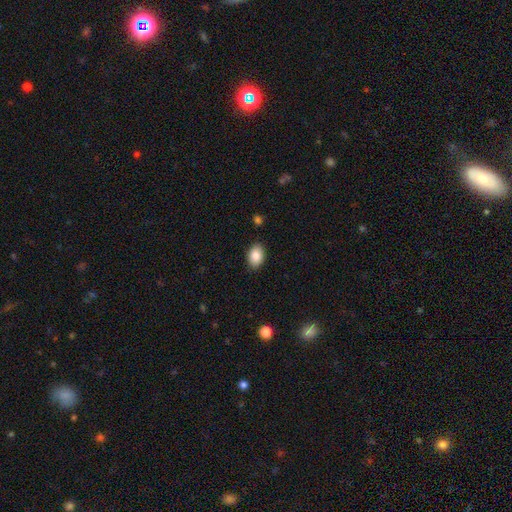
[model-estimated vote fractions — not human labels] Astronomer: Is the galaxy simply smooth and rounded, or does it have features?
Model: smooth — 87%.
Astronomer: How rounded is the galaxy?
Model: in between — 85%.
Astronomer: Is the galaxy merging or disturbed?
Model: none — 87%.